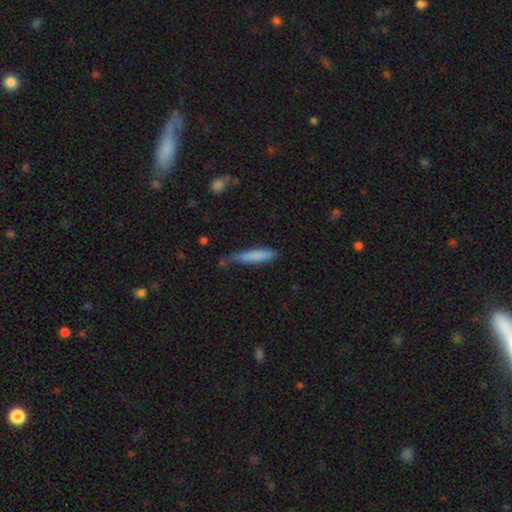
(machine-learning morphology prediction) The model was most divided on "merging": none: 51%, minor disturbance: 34%, major disturbance: 10%, merger: 4%. More confident: how rounded — cigar-shaped (87%); smooth or featured — smooth (77%).